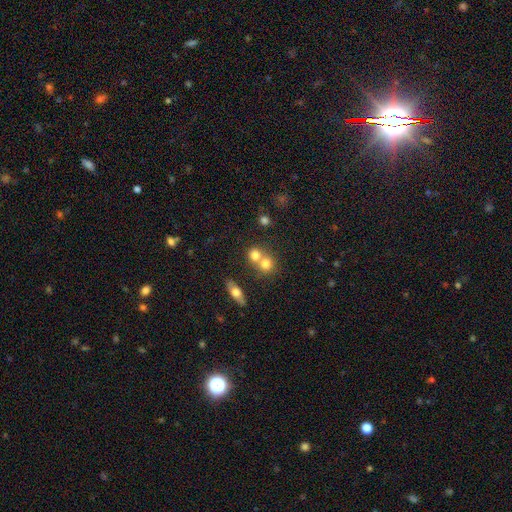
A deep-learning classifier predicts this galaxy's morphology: A smooth galaxy with no disk features (74%) that is round (81%). Merging: merger (52%).